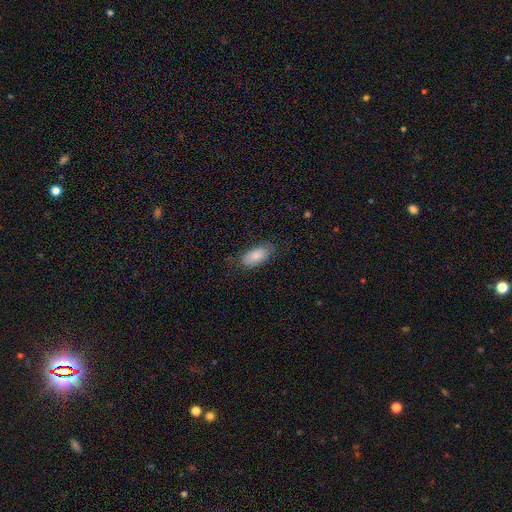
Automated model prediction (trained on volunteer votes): Smooth or featured: smooth — 84% (featured or disk — 10%)
How rounded: in between — 91% (cigar-shaped — 6%)
Merging: none — 73% (minor disturbance — 20%)